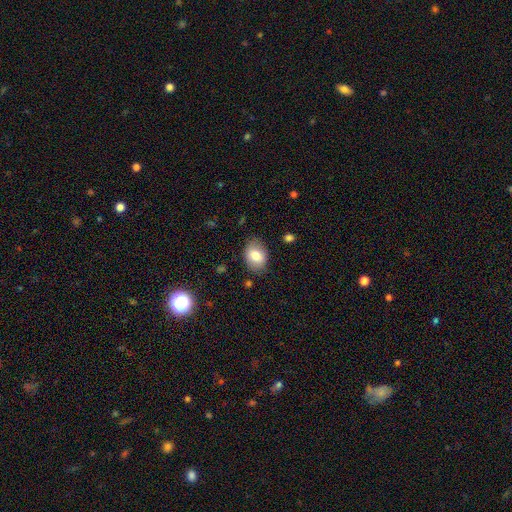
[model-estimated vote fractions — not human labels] Smooth or featured? smooth (79%)
How rounded? in between (75%)
Merging? none (80%)